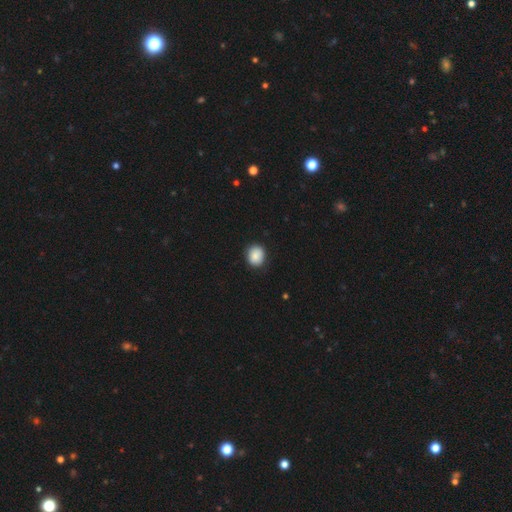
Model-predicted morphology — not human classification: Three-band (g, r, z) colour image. It shows a smooth galaxy with no disk features (87%) that is round (74%). Merging: none (85%).